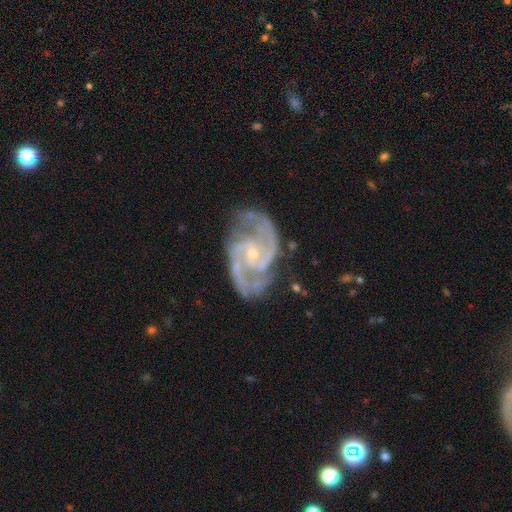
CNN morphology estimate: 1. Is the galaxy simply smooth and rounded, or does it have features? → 92% featured or disk, 5% star or artifact, 3% smooth.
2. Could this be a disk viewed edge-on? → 98% no, 2% yes.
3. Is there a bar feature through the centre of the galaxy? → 51% no, 36% weak, 13% strong.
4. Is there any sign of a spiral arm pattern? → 99% yes, 1% no.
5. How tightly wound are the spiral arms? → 56% medium, 35% tight, 9% loose.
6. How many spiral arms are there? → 72% 2, 15% 3, 4% can't tell, 3% 4, 3% 1, 3% more than 4.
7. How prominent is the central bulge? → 74% small, 22% moderate, 2% none, 1% large, 1% dominant.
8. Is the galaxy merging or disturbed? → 73% none, 18% minor disturbance, 7% major disturbance, 2% merger.